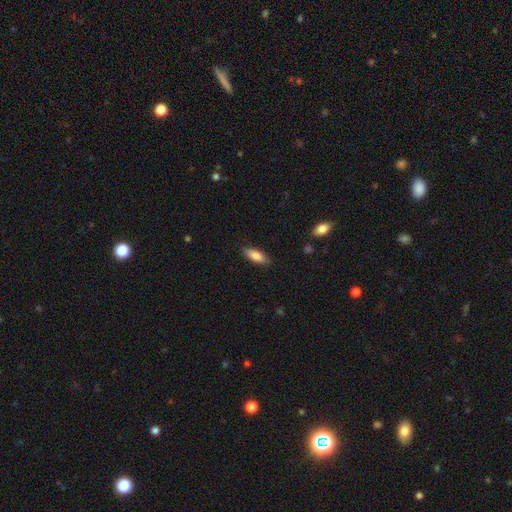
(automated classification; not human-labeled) smooth_or_featured: smooth (p=0.85) [alt: featured or disk p=0.09]
how_rounded: in between (p=0.70) [alt: cigar-shaped p=0.28]
merging: none (p=0.85) [alt: minor disturbance p=0.11]